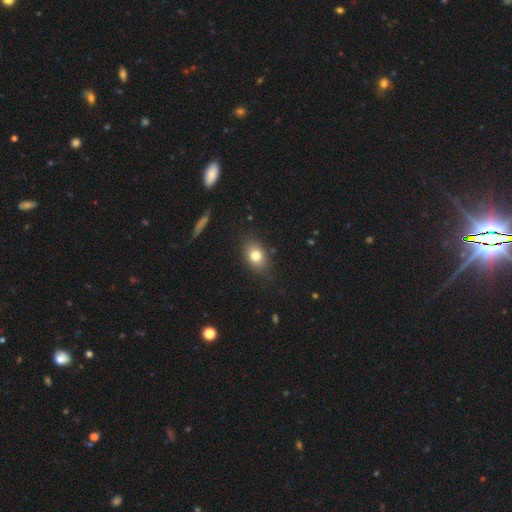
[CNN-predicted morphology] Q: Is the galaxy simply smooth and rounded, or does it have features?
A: smooth — 79%.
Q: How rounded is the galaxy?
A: in between — 74%.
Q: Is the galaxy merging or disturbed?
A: none — 82%.